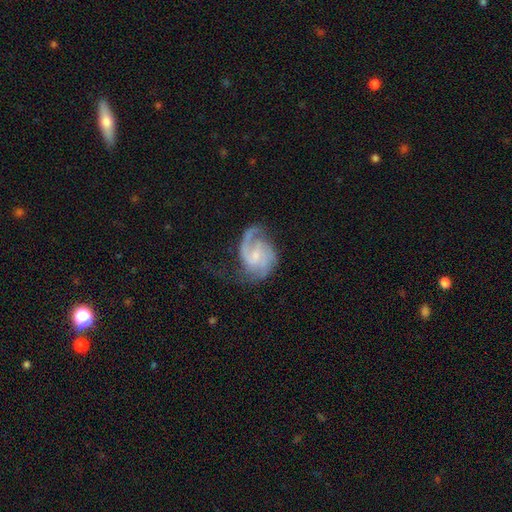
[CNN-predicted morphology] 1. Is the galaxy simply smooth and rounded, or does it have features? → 85% featured or disk, 10% smooth, 5% star or artifact.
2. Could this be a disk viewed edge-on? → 98% no, 2% yes.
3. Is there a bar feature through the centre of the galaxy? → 51% weak, 40% no, 9% strong.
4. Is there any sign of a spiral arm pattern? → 96% yes, 4% no.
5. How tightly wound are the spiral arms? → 50% medium, 28% tight, 23% loose.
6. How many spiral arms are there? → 61% 2, 13% 1, 11% can't tell, 10% 3, 3% 4, 2% more than 4.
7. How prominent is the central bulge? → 49% small, 29% moderate, 18% none, 3% large, 1% dominant.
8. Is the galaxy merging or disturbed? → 51% none, 24% minor disturbance, 23% major disturbance, 2% merger.